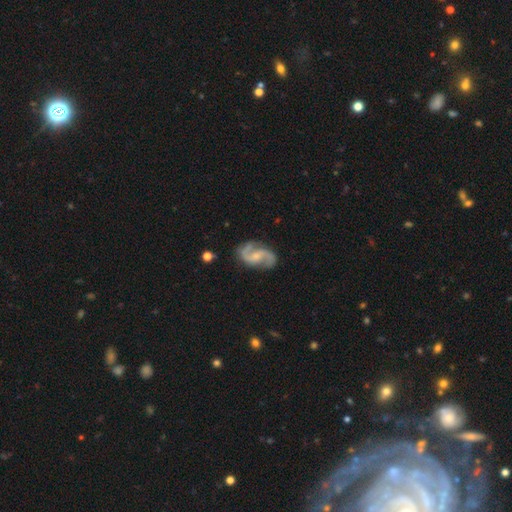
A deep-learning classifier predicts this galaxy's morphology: This is clearly a featured or disk galaxy (90%). It is clearly not viewed edge-on (98%). Bar: possibly weak (45%). Spiral arm pattern: clearly yes (97%). Spiral arm count: clearly 2 (93%). Spiral winding: possibly medium (47%). Central bulge: possibly small (51%). Merging: likely none (78%).